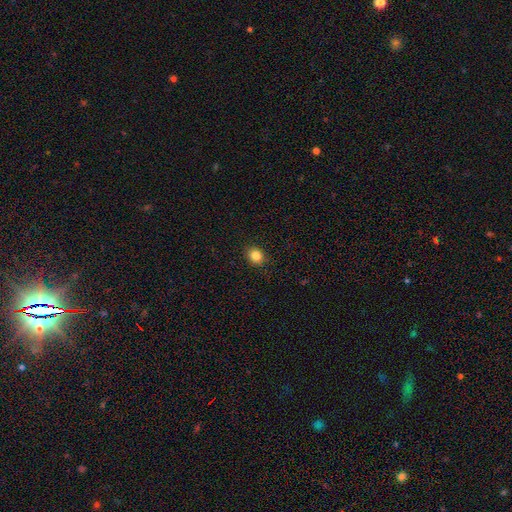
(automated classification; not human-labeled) smooth-or-featured: smooth: 84% | star or artifact: 11% | featured or disk: 5%
  how-rounded: round: 68% | in between: 31% | cigar-shaped: 1%
  merging: none: 90% | minor disturbance: 7% | major disturbance: 2% | merger: 1%